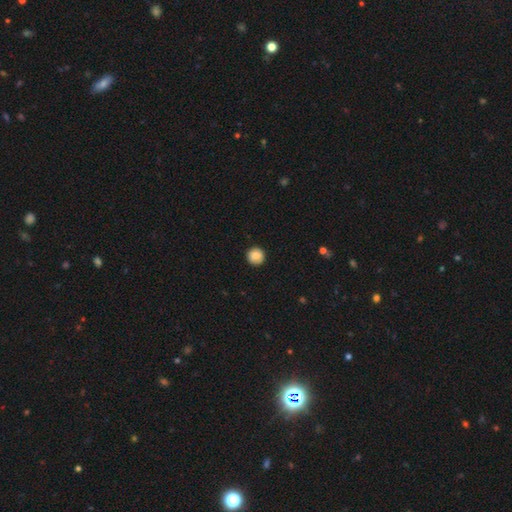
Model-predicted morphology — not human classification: Smooth or featured?
  - smooth: 84% *
  - star or artifact: 8%
  - featured or disk: 8%
How rounded?
  - round: 95% *
  - in between: 4%
  - cigar-shaped: 1%
Merging?
  - none: 89% *
  - minor disturbance: 8%
  - major disturbance: 2%
  - merger: 1%